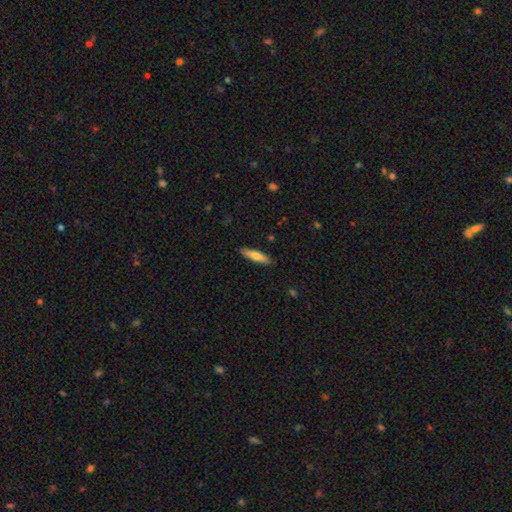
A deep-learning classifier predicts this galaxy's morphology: This is likely a smooth galaxy (69%). How rounded: likely cigar-shaped (73%). Merging: clearly none (89%).